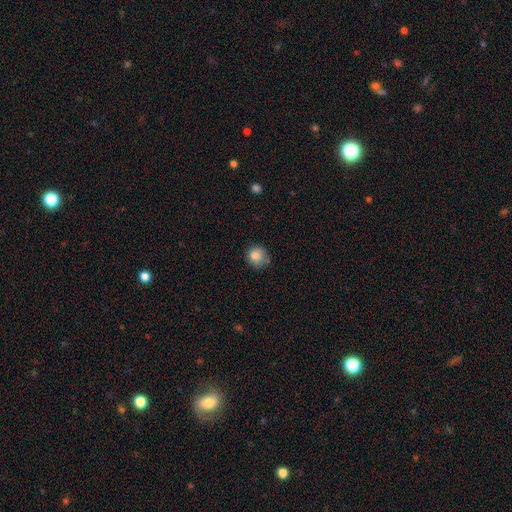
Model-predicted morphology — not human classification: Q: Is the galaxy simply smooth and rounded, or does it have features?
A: smooth — 84%.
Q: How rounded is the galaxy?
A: round — 88%.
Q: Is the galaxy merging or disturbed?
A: none — 72%.